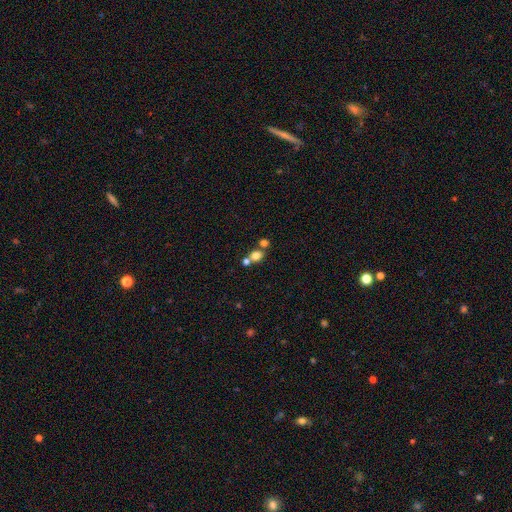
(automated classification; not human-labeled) Smooth or featured? smooth (76%)
How rounded? round (62%)
Merging? none (49%)